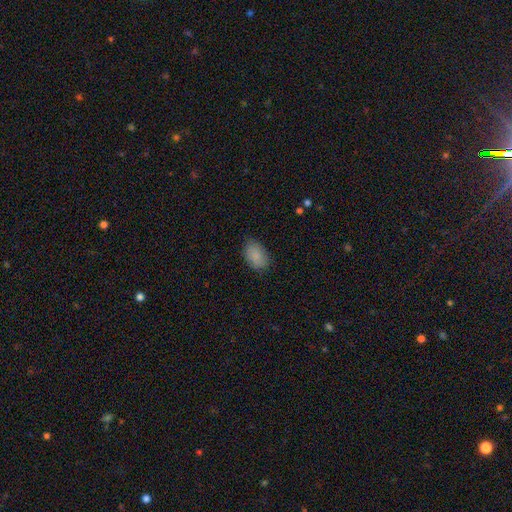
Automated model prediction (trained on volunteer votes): smooth-or-featured: smooth: 86% | star or artifact: 7% | featured or disk: 7%
  how-rounded: in between: 88% | round: 11% | cigar-shaped: 1%
  merging: none: 80% | minor disturbance: 16% | major disturbance: 3% | merger: 1%